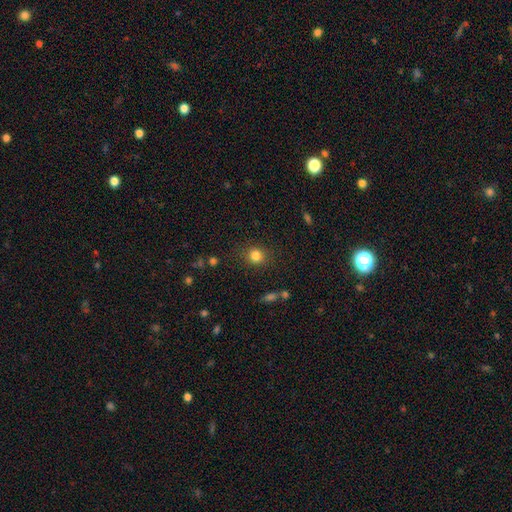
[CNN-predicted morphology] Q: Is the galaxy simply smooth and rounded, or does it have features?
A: smooth — 82%.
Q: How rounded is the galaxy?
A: round — 85%.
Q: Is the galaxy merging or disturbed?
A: none — 85%.